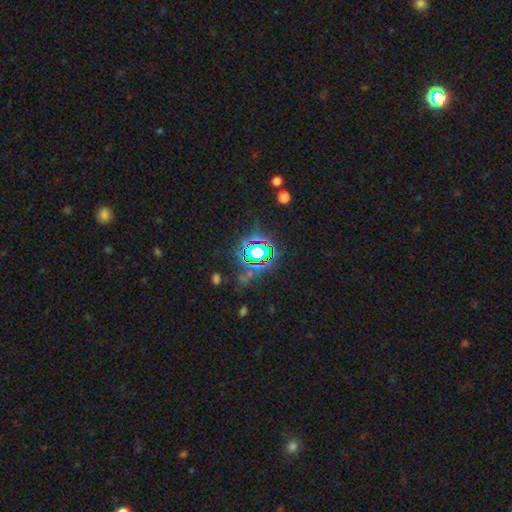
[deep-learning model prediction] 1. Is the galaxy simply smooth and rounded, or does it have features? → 72% star or artifact, 17% smooth, 12% featured or disk.